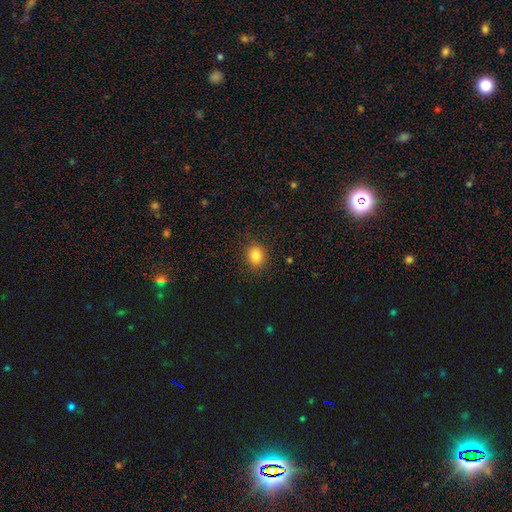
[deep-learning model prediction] The model was most divided on "how rounded": round: 71%, in between: 28%, cigar-shaped: 1%. More confident: merging — none (88%); smooth or featured — smooth (84%).